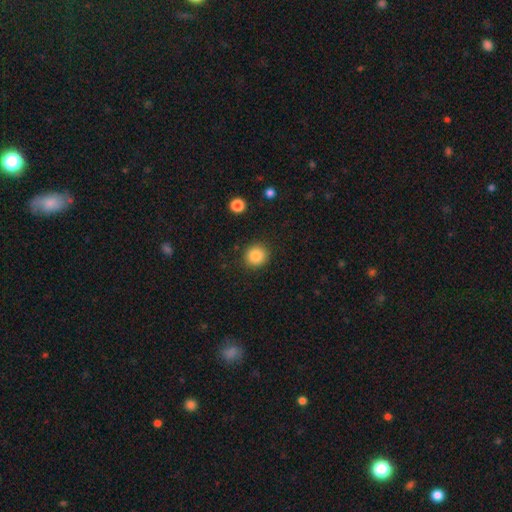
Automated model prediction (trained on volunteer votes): Morphology: type=smooth (87%); roundness=round (89%); merging=none (90%).